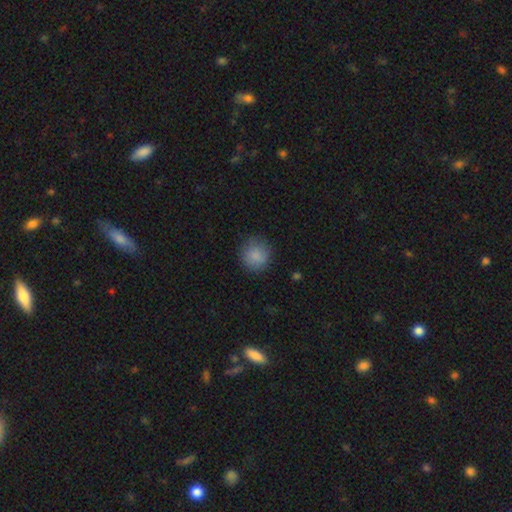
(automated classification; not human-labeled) This is clearly a smooth galaxy (86%). How rounded: clearly round (90%). Merging: clearly none (82%).